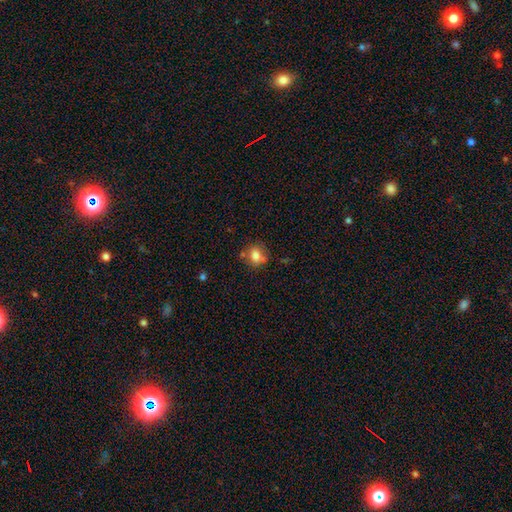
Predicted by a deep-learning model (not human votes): smooth-or-featured: smooth: 77% | featured or disk: 13% | star or artifact: 10%
  how-rounded: round: 61% | in between: 37% | cigar-shaped: 1%
  merging: none: 62% | minor disturbance: 19% | merger: 12% | major disturbance: 6%